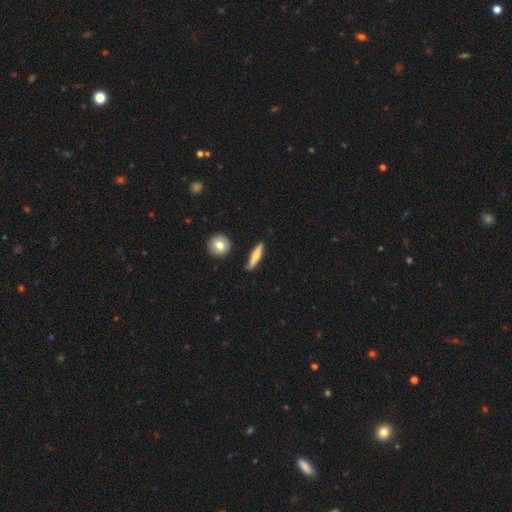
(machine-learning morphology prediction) Smooth or featured?
  - smooth: 58% *
  - featured or disk: 37%
  - star or artifact: 6%
How rounded?
  - cigar-shaped: 80% *
  - in between: 15%
  - round: 5%
Merging?
  - none: 84% *
  - minor disturbance: 11%
  - merger: 3%
  - major disturbance: 2%